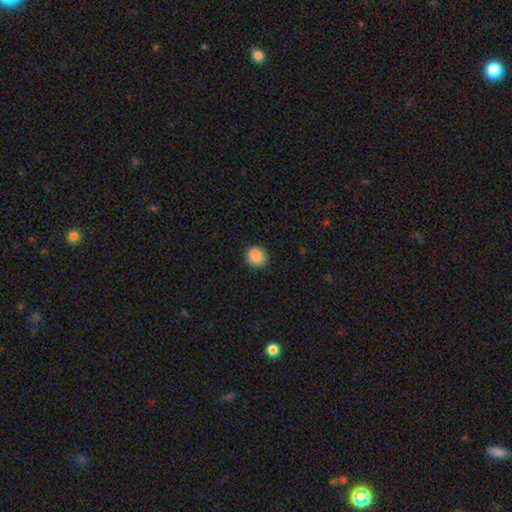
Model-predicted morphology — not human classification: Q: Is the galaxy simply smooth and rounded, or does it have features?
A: smooth — 88%.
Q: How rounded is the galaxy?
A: round — 88%.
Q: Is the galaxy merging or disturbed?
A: none — 88%.